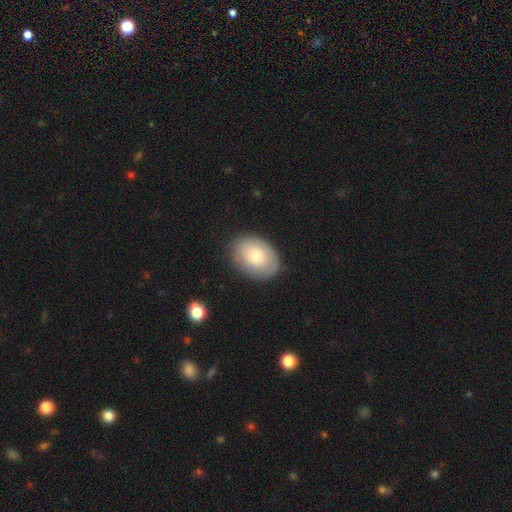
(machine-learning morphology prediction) smooth_or_featured: smooth (p=0.76) [alt: featured or disk p=0.17]
how_rounded: in between (p=0.78) [alt: round p=0.21]
merging: none (p=0.80) [alt: minor disturbance p=0.15]